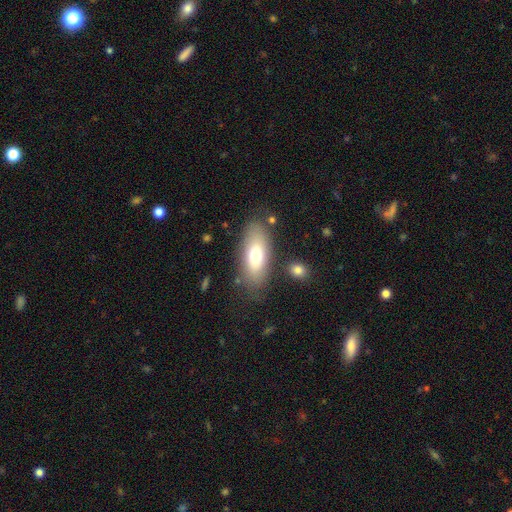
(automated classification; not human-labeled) The model was most divided on "smooth or featured": smooth: 70%, featured or disk: 22%, star or artifact: 8%. More confident: how rounded — in between (82%); merging — none (78%).